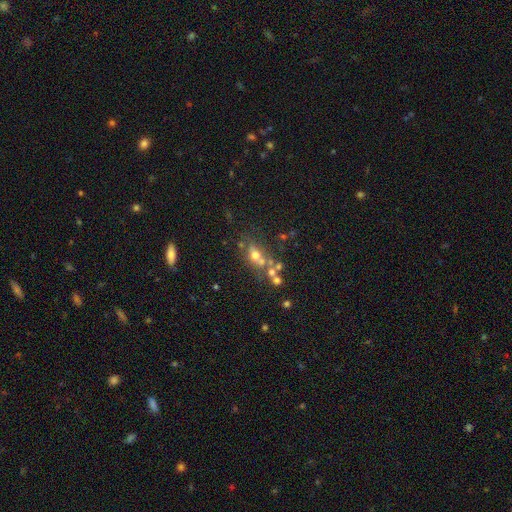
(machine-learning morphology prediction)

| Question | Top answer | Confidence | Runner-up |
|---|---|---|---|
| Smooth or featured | smooth | 47% | featured or disk (29%) |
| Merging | none | 44% | merger (33%) |